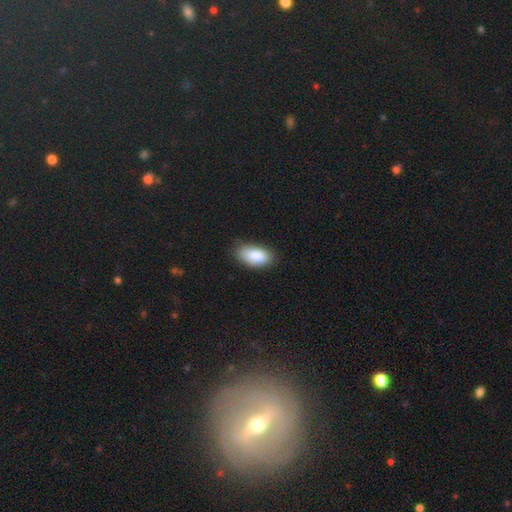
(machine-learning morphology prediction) Overall: smooth (87%). How rounded: in between (93%). Merging: none (77%).